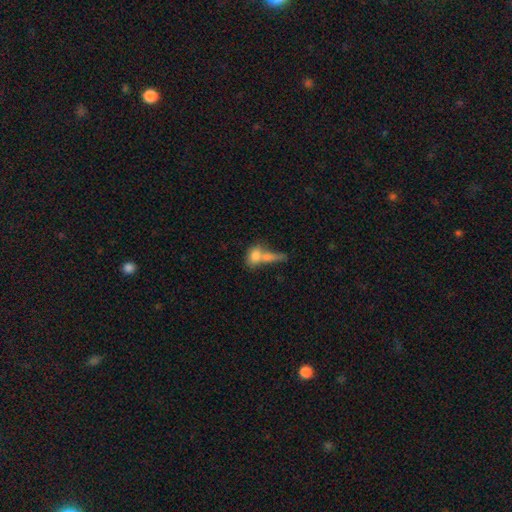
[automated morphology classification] smooth-or-featured: smooth: 73% | featured or disk: 18% | star or artifact: 9%
  how-rounded: in between: 65% | round: 26% | cigar-shaped: 9%
  merging: merger: 59% | none: 23% | minor disturbance: 9% | major disturbance: 8%